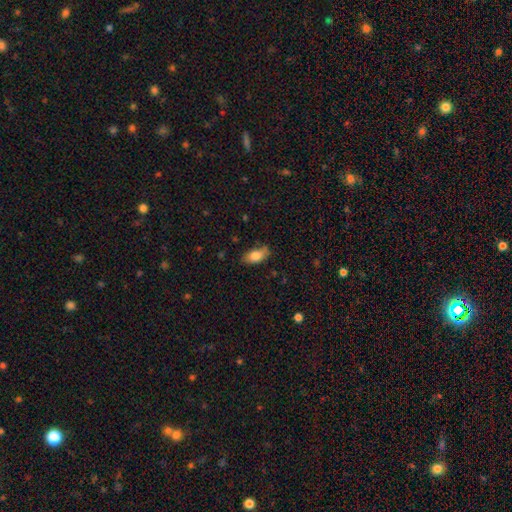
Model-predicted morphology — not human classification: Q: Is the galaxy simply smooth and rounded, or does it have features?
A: smooth — 80%.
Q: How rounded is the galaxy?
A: in between — 89%.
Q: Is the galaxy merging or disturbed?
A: none — 73%.